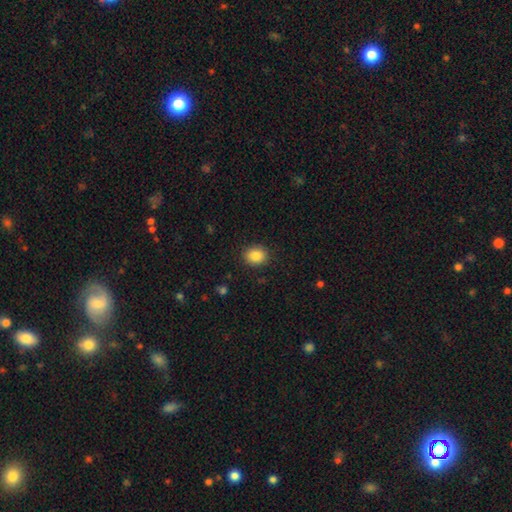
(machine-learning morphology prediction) smooth 87%, star or artifact 9%, featured or disk 5%. Down the decision tree: how rounded — round (63%); merging — none (88%).